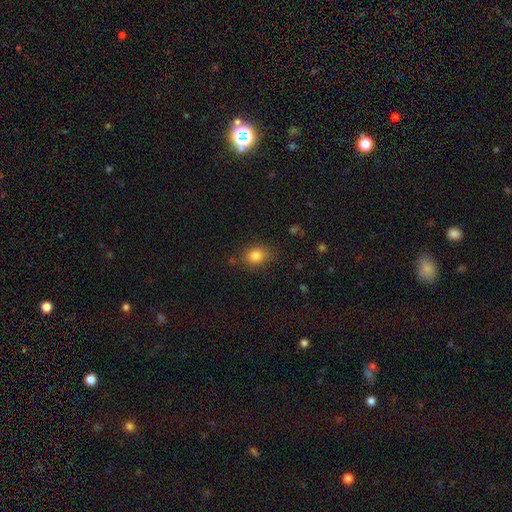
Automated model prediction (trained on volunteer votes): smooth_or_featured: smooth (p=0.83) [alt: star or artifact p=0.10]
how_rounded: in between (p=0.58) [alt: round p=0.41]
merging: none (p=0.75) [alt: minor disturbance p=0.18]